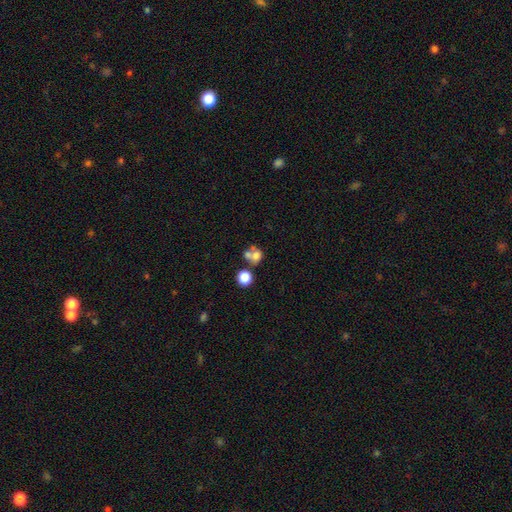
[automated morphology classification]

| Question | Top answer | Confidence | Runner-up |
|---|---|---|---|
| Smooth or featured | smooth | 68% | featured or disk (19%) |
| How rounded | round | 68% | in between (31%) |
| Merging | merger | 52% | none (32%) |